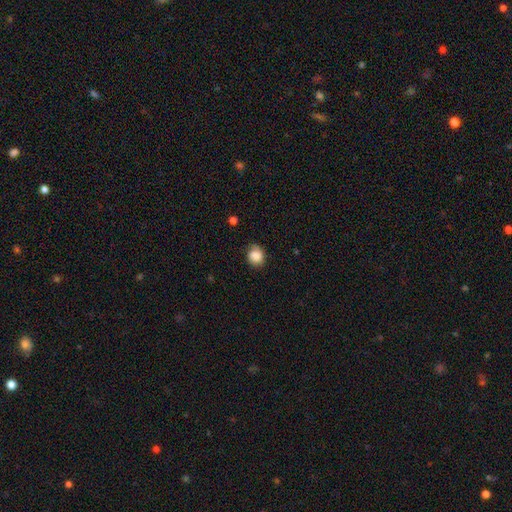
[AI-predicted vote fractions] Morphology: type=smooth (84%); roundness=round (67%); merging=none (67%).